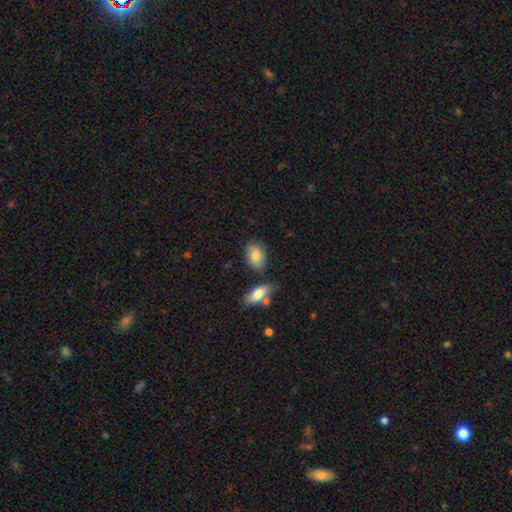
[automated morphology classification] Smooth or featured: smooth — 82% (featured or disk — 11%)
How rounded: in between — 84% (round — 14%)
Merging: none — 74% (minor disturbance — 16%)